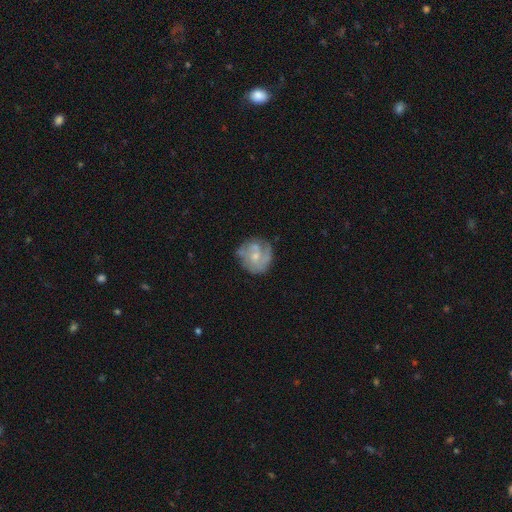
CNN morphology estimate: The model was most divided on "bulge size": small: 53%, moderate: 38%, none: 6%, large: 2%, dominant: 1%. More confident: edge-on disk — no (98%); spiral arms — yes (75%); bar — no (70%); merging — none (66%); smooth or featured — featured or disk (65%).